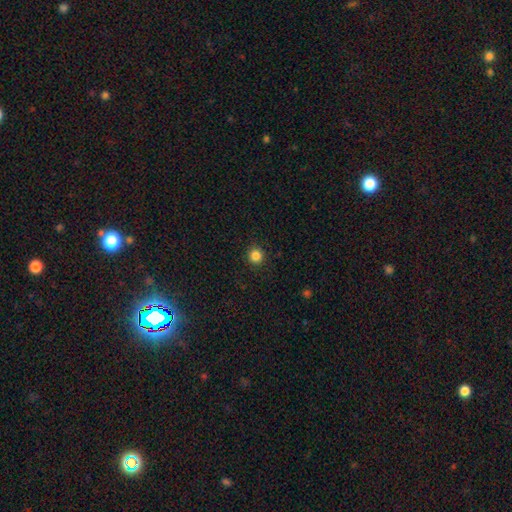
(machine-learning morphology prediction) This appears to be a smooth galaxy with no disk features (85%) that is round (94%). Merging: none (92%).